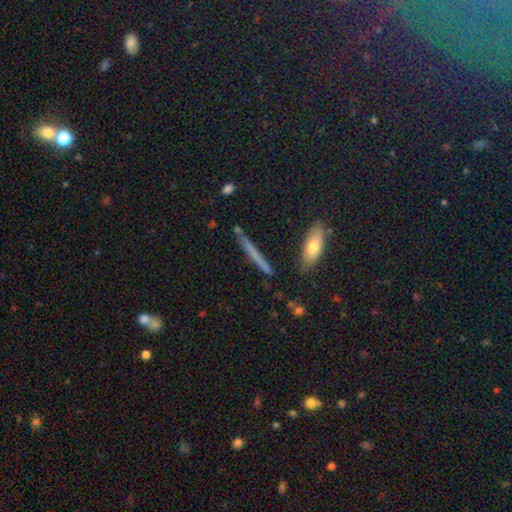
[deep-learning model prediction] A smooth galaxy with no disk features (53%) that is cigar-shaped (93%). Merging: none (85%).